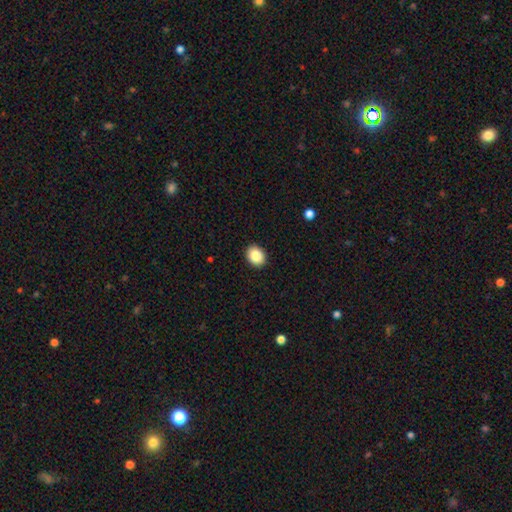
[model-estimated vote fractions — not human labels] A smooth galaxy with no disk features (86%) that is in between round and cigar-shaped (54%). Merging: none (91%).